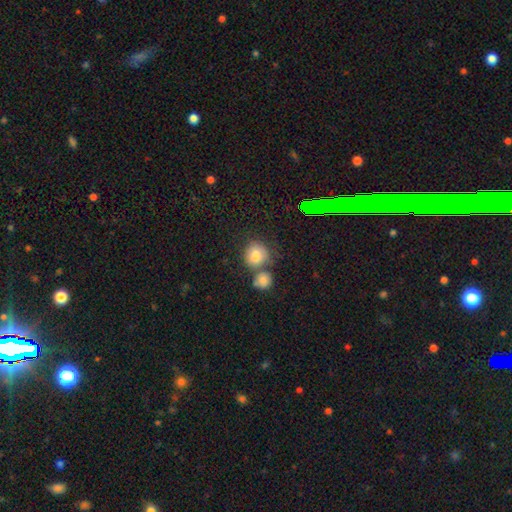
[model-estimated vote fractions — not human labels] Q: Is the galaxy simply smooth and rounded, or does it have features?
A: smooth — 80%.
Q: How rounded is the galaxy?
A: round — 81%.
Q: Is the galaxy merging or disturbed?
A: none — 48%.